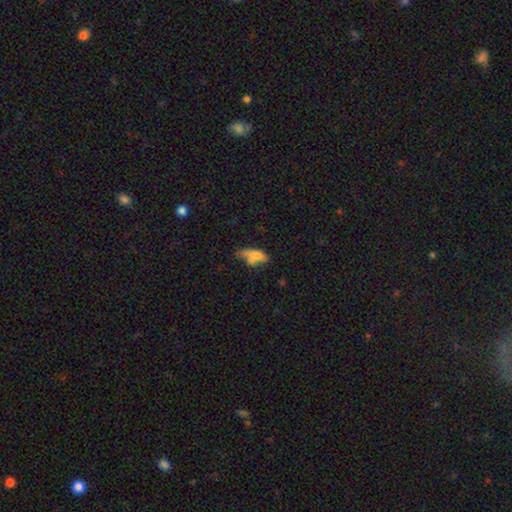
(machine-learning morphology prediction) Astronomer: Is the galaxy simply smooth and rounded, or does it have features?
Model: smooth — 65%.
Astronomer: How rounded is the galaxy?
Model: in between — 70%.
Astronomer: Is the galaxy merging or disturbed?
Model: none — 31%, tied with merger at 31%.